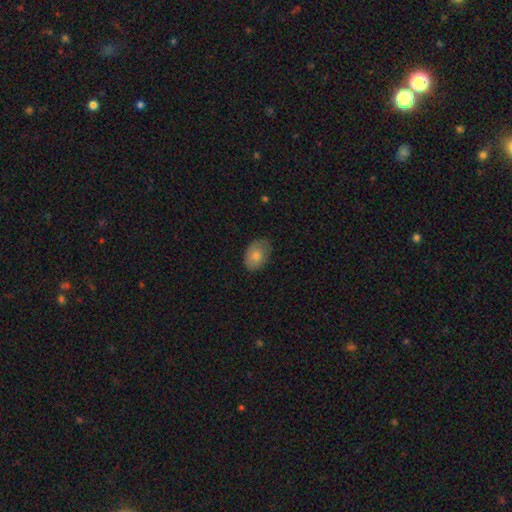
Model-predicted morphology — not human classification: A smooth galaxy with no disk features (80%) that is in between round and cigar-shaped (84%).

Vote fractions:
- Smooth or featured? smooth: 80% / featured or disk: 13% / star or artifact: 7%
- How rounded? in between: 84% / round: 15% / cigar-shaped: 1%
- Merging? none: 74% / minor disturbance: 21% / major disturbance: 4% / merger: 1%